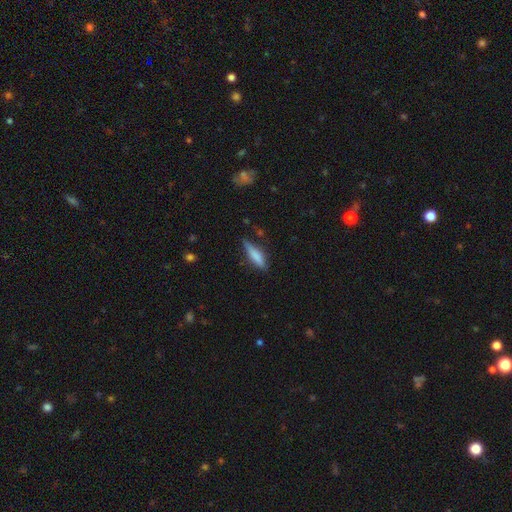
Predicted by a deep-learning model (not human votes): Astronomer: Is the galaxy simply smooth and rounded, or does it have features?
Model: smooth — 71%.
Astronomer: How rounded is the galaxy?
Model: cigar-shaped — 69%.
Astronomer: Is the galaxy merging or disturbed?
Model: none — 72%.